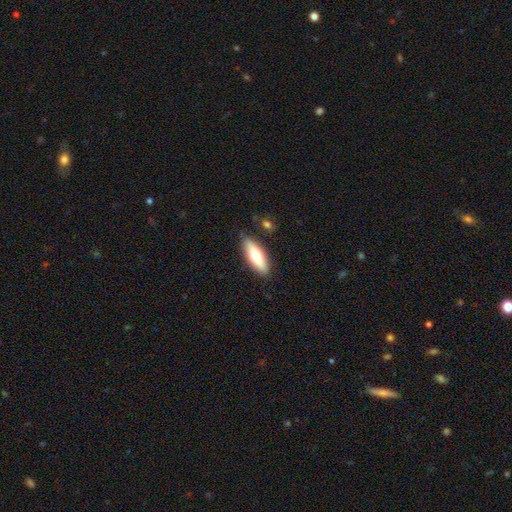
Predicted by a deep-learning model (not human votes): Smooth or featured? smooth (65%)
How rounded? in between (61%)
Merging? none (84%)